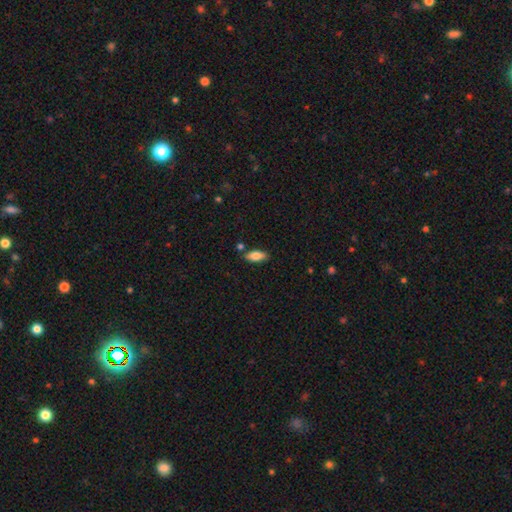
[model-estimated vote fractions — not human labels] Overall: smooth (81%). How rounded: in between (83%). Merging: none (80%).